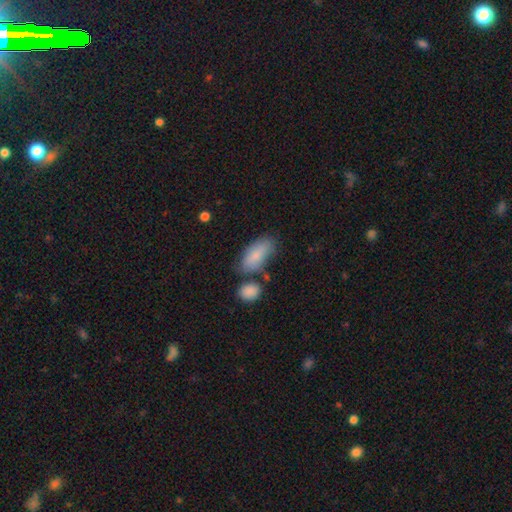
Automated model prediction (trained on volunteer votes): smooth_or_featured: smooth (p=0.82) [alt: featured or disk p=0.12]
how_rounded: in between (p=0.87) [alt: cigar-shaped p=0.10]
merging: none (p=0.61) [alt: minor disturbance p=0.20]